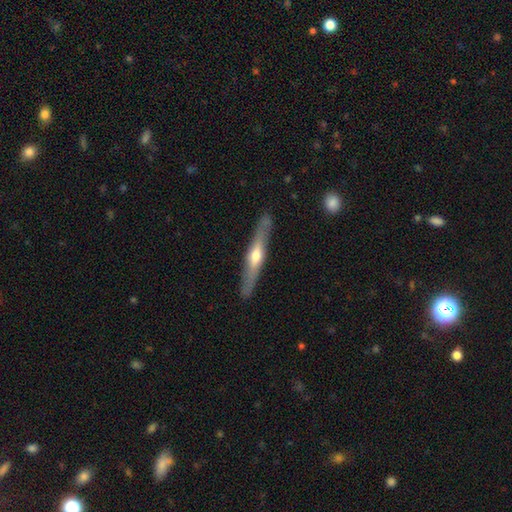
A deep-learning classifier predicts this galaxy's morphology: The model was most divided on "smooth or featured": featured or disk: 62%, smooth: 33%, star or artifact: 5%. More confident: edge-on disk — yes (91%); merging — none (88%); edge-on bulge — rounded (85%).